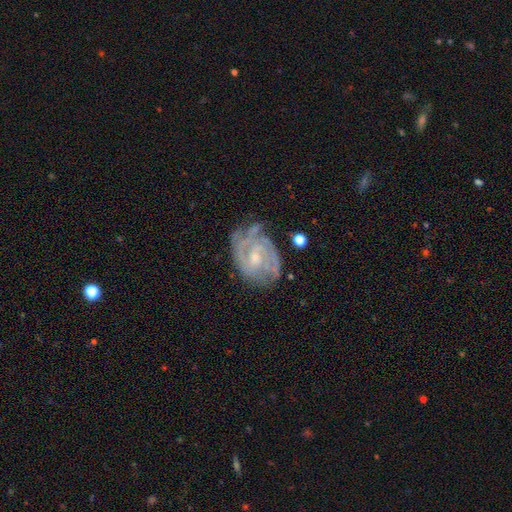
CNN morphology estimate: Q: Smooth or featured?
A: featured or disk (70%); runner-up: star or artifact (16%)
Q: Edge-on disk?
A: no (96%); runner-up: yes (4%)
Q: Bar?
A: weak (46%); runner-up: no (38%)
Q: Spiral arms?
A: yes (90%); runner-up: no (10%)
Q: Spiral winding?
A: tight (58%); runner-up: medium (32%)
Q: Spiral arm count?
A: can't tell (30%); runner-up: 2 (29%)
Q: Bulge size?
A: small (61%); runner-up: moderate (33%)
Q: Merging?
A: none (73%); runner-up: minor disturbance (17%)